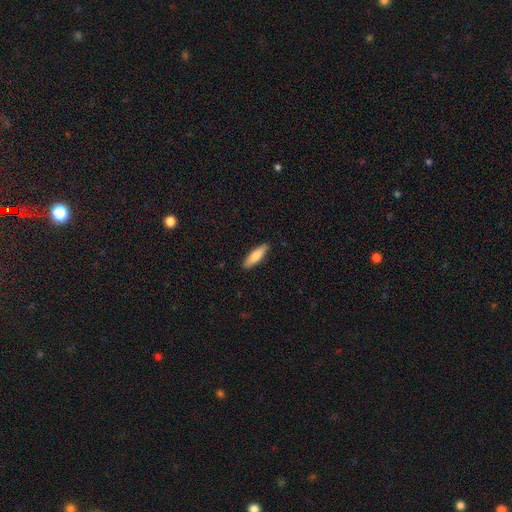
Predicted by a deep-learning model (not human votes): smooth_or_featured: smooth (p=0.74) [alt: featured or disk p=0.21]
how_rounded: cigar-shaped (p=0.62) [alt: in between p=0.36]
merging: none (p=0.89) [alt: minor disturbance p=0.09]